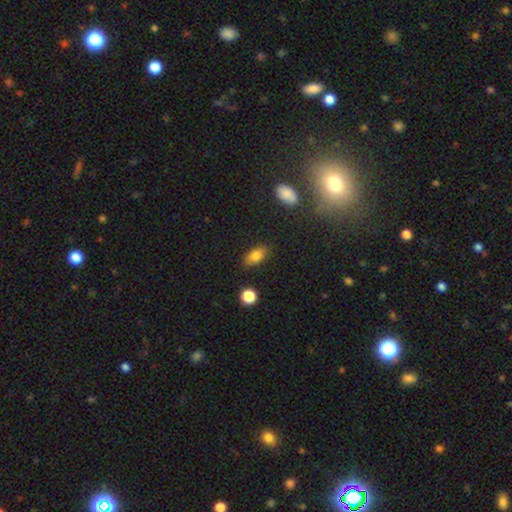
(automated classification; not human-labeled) This is clearly a smooth galaxy (82%). How rounded: clearly in between (86%). Merging: clearly none (83%).